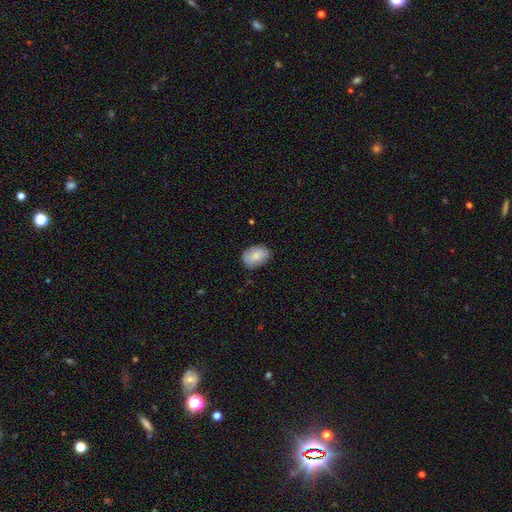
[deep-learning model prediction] This is clearly a smooth galaxy (85%). How rounded: likely in between (80%). Merging: clearly none (83%).